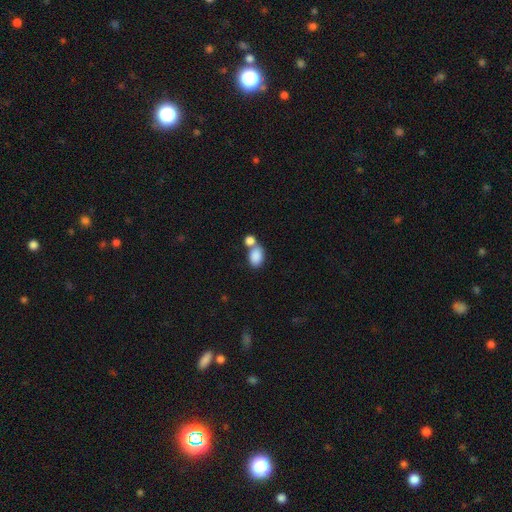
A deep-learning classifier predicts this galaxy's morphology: A smooth galaxy with no disk features (86%) that is in between round and cigar-shaped (83%). Merging: merger (47%).